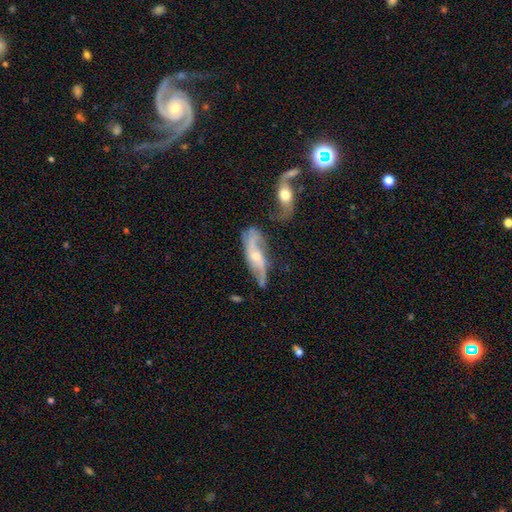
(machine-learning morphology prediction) Smooth or featured? featured or disk (76%)
Edge-on disk? no (82%)
Bar? no (57%)
Spiral arms? yes (89%)
Spiral winding? loose (64%)
Spiral arm count? 2 (81%)
Bulge size? small (51%)
Merging? none (47%)